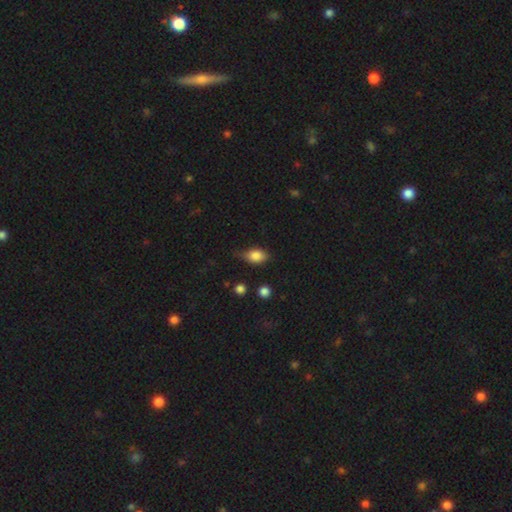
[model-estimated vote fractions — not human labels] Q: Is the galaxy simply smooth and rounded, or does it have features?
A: smooth — 82%.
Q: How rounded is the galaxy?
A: in between — 83%.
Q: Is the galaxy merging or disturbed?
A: none — 62%.